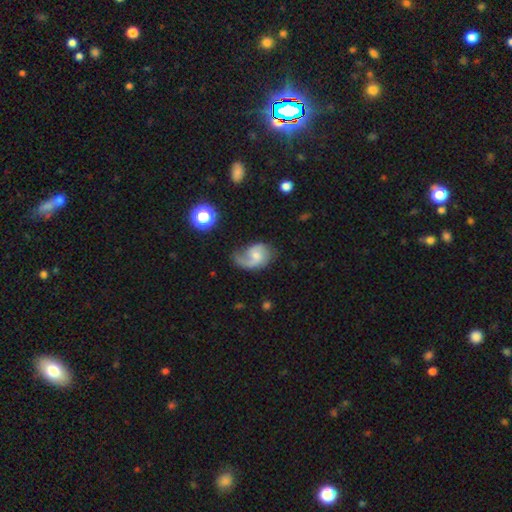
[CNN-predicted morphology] Smooth or featured: featured or disk — 78% (smooth — 15%)
Edge-on disk: no — 98% (yes — 2%)
Bar: no — 54% (weak — 40%)
Spiral arms: yes — 94% (no — 6%)
Spiral winding: loose — 43% (tied with medium — 43%)
Spiral arm count: 2 — 60% (1 — 33%)
Bulge size: small — 49% (moderate — 41%)
Merging: none — 49% (minor disturbance — 26%)